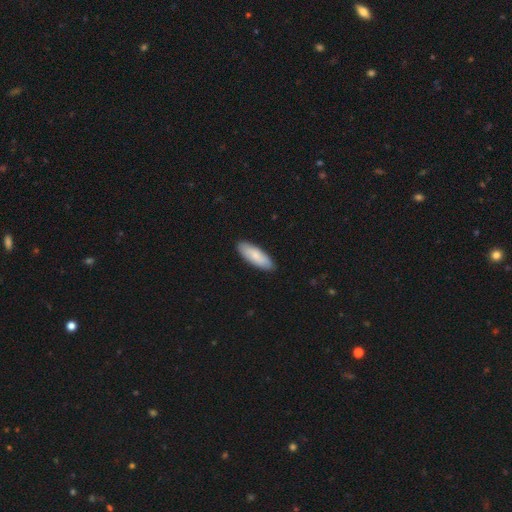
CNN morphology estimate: Smooth or featured: smooth — 80% (featured or disk — 15%)
How rounded: in between — 66% (cigar-shaped — 33%)
Merging: none — 89% (minor disturbance — 9%)